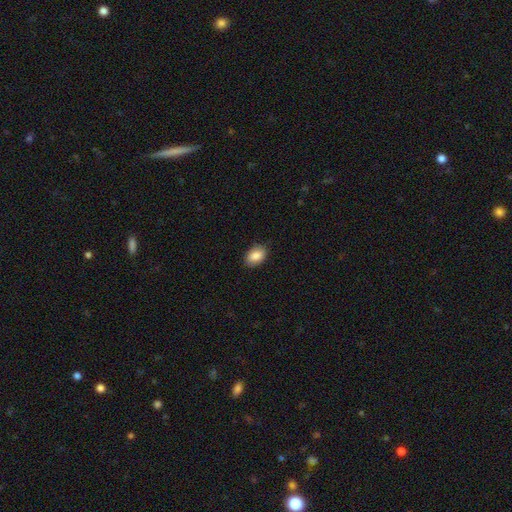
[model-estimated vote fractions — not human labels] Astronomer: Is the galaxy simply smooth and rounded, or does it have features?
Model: smooth — 87%.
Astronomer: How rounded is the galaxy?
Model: in between — 88%.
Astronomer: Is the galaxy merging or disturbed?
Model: none — 84%.